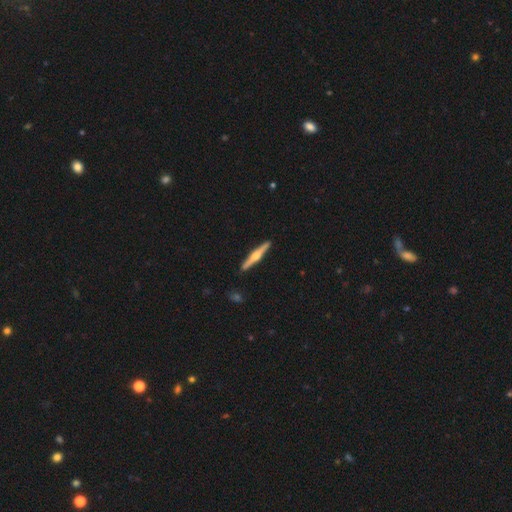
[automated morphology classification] The model was most divided on "smooth or featured": featured or disk: 71%, smooth: 24%, star or artifact: 5%. More confident: edge-on disk — yes (98%); merging — none (91%); edge-on bulge — rounded (91%).